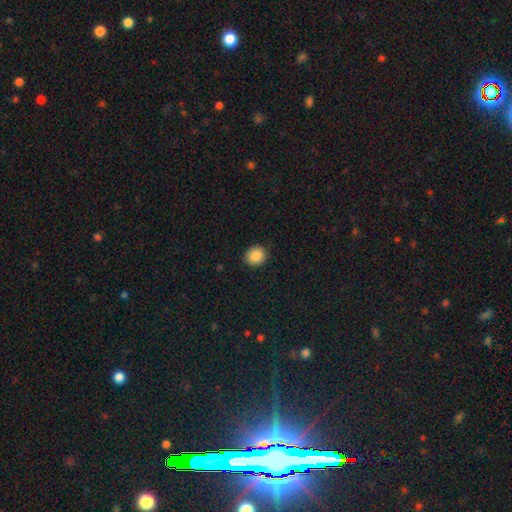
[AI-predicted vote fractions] Smooth or featured? smooth (88%)
How rounded? round (79%)
Merging? none (89%)